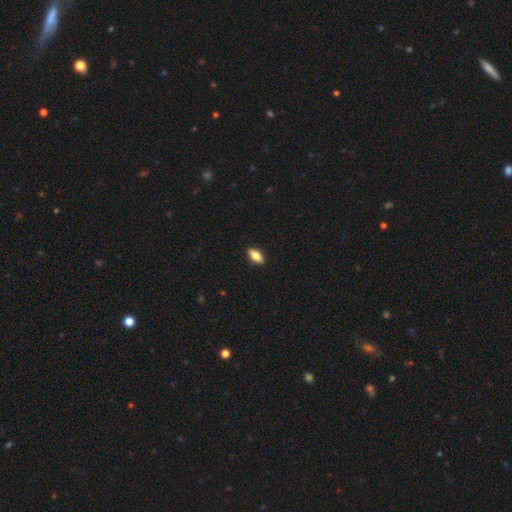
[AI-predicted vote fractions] Overall: smooth (70%). How rounded: in between (86%). Merging: none (89%).